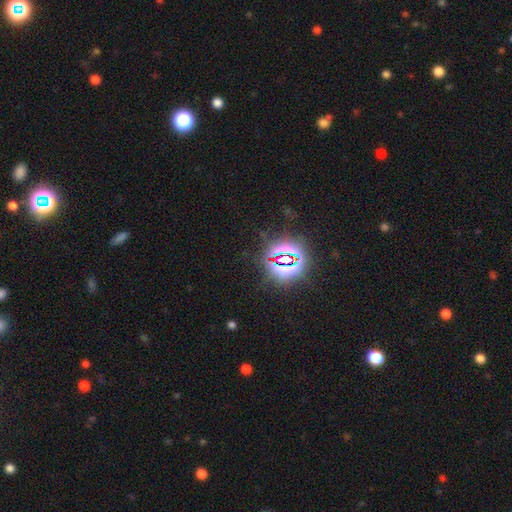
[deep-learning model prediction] The model was most divided on "smooth or featured": star or artifact: 81%, smooth: 12%, featured or disk: 7%.